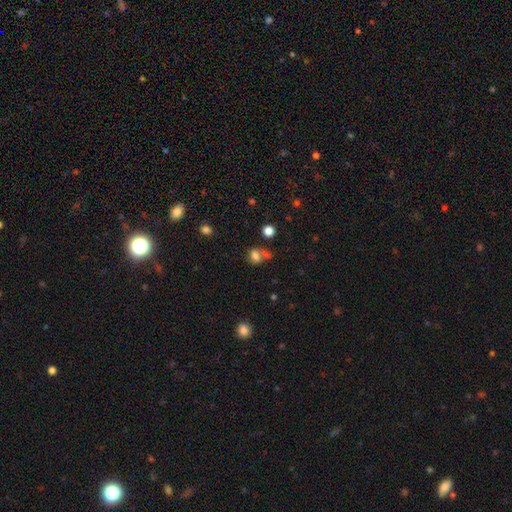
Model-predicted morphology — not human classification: The model was most divided on "merging": none: 34%, merger: 28%, minor disturbance: 20%, major disturbance: 18%. More confident: smooth or featured — smooth (69%); how rounded — in between (58%).